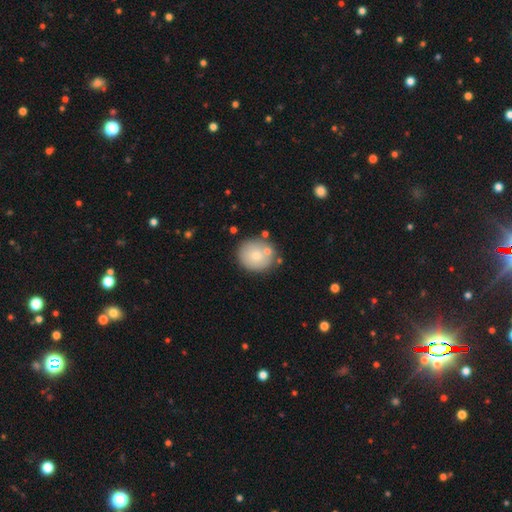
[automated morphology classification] A smooth galaxy with no disk features (75%) that is round (82%). Merging: none (73%).